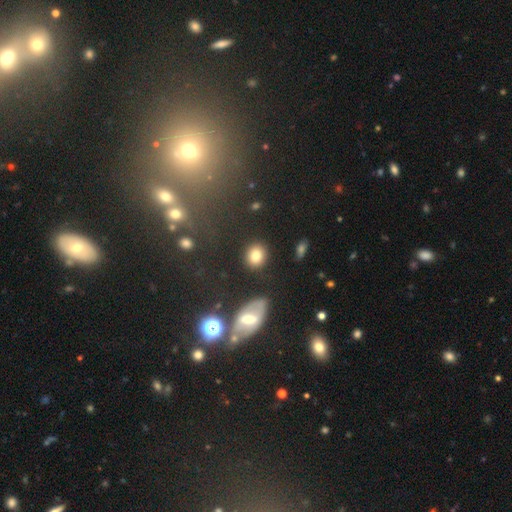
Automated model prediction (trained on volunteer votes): Smooth or featured? Predicted: smooth (p=0.82). How rounded? Predicted: round (p=0.68). Merging? Predicted: none (p=0.84).